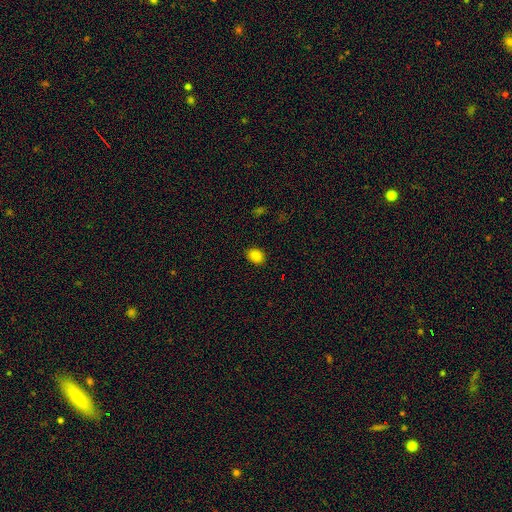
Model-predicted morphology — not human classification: smooth-or-featured: smooth: 85% | star or artifact: 11% | featured or disk: 3%
  how-rounded: in between: 69% | round: 30% | cigar-shaped: 1%
  merging: none: 88% | minor disturbance: 9% | major disturbance: 2% | merger: 1%